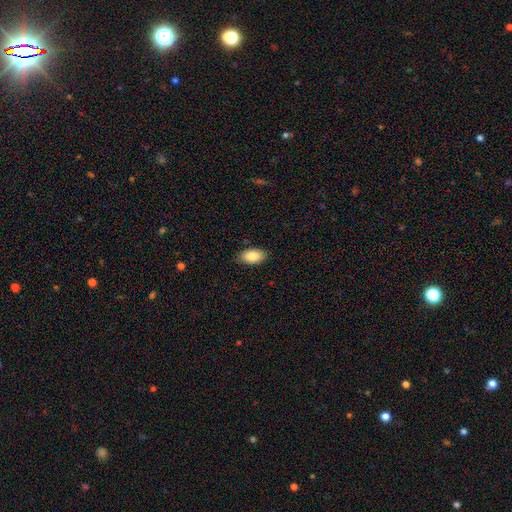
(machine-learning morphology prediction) Smooth or featured? smooth (84%)
How rounded? in between (93%)
Merging? none (87%)